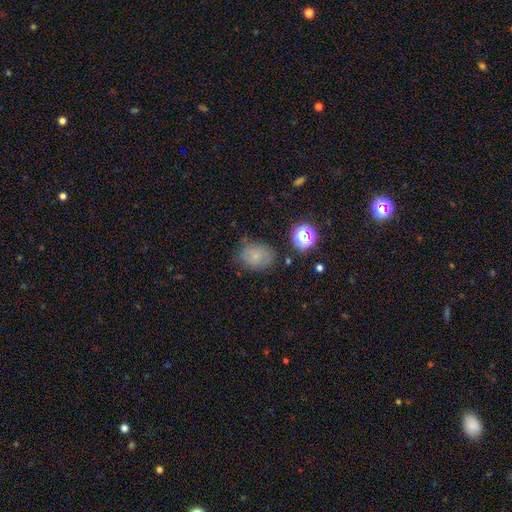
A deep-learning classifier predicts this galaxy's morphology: This is likely a smooth galaxy (72%). How rounded: possibly in between (57%). Merging: likely none (71%).